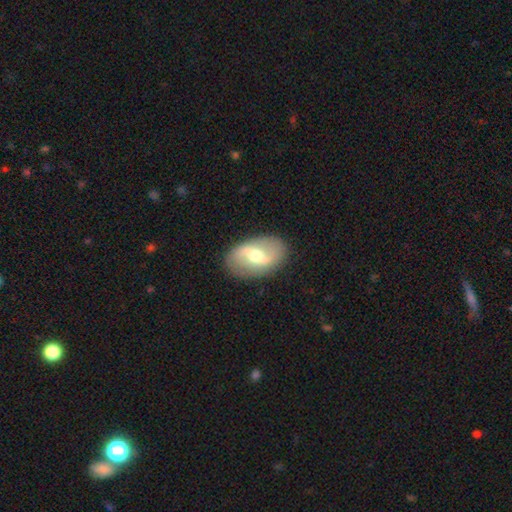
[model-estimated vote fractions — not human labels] smooth-or-featured: featured or disk: 69% | smooth: 25% | star or artifact: 6%
  disk-edge-on: no: 94% | yes: 6%
    bar: weak: 43% | strong: 40% | no: 17%
    has-spiral-arms: yes: 67% | no: 33%
    bulge-size: moderate: 70% | small: 21% | large: 7% | dominant: 1% | none: 1%
  merging: none: 86% | minor disturbance: 9% | major disturbance: 3% | merger: 1%